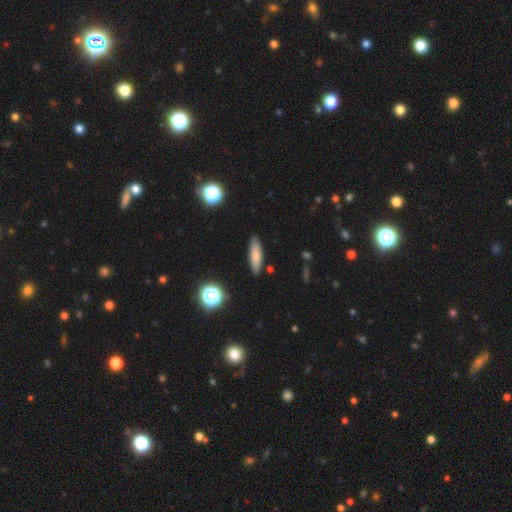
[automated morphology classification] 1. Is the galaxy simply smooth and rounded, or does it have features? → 72% smooth, 19% featured or disk, 8% star or artifact.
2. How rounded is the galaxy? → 61% cigar-shaped, 36% in between, 3% round.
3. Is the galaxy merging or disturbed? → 87% none, 9% minor disturbance, 2% major disturbance, 2% merger.